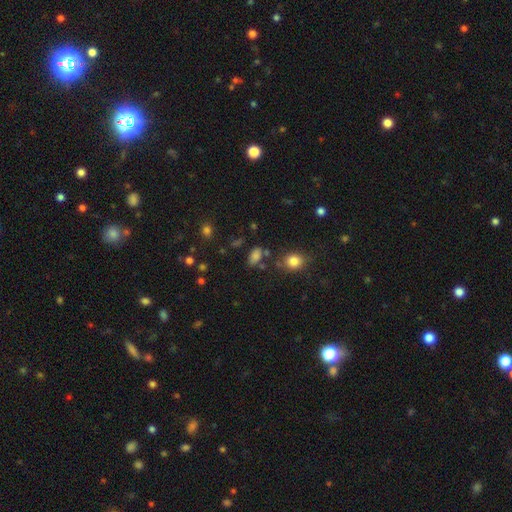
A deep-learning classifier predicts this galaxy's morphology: smooth 78%, star or artifact 15%, featured or disk 7%. Down the decision tree: how rounded — in between (86%); merging — none (67%).